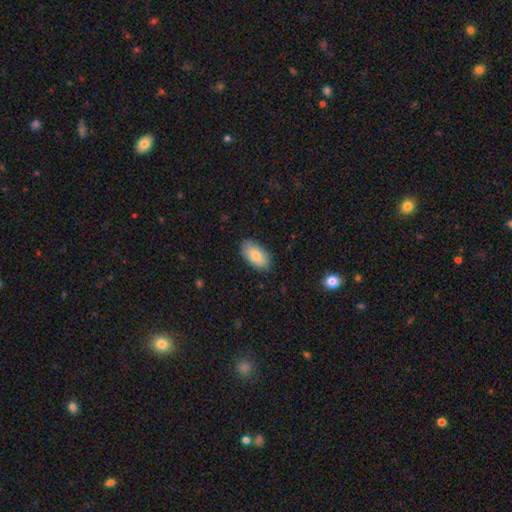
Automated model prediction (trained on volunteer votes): smooth_or_featured: smooth (p=0.85) [alt: featured or disk p=0.09]
how_rounded: in between (p=0.94) [alt: cigar-shaped p=0.03]
merging: none (p=0.85) [alt: minor disturbance p=0.12]